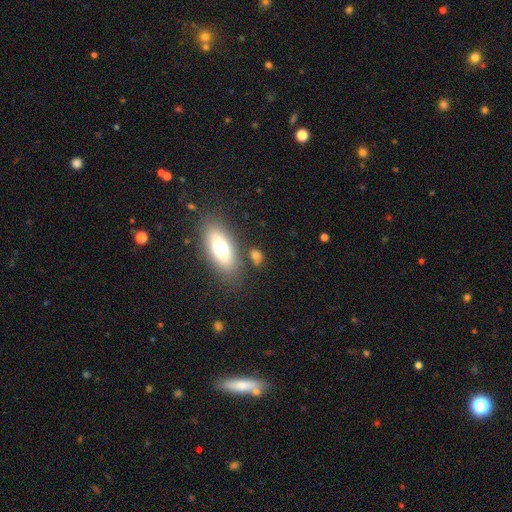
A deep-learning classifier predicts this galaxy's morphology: Smooth or featured?
  - smooth: 69% *
  - featured or disk: 21%
  - star or artifact: 10%
How rounded?
  - in between: 70% *
  - cigar-shaped: 17%
  - round: 13%
Merging?
  - none: 77% *
  - minor disturbance: 12%
  - merger: 7%
  - major disturbance: 4%